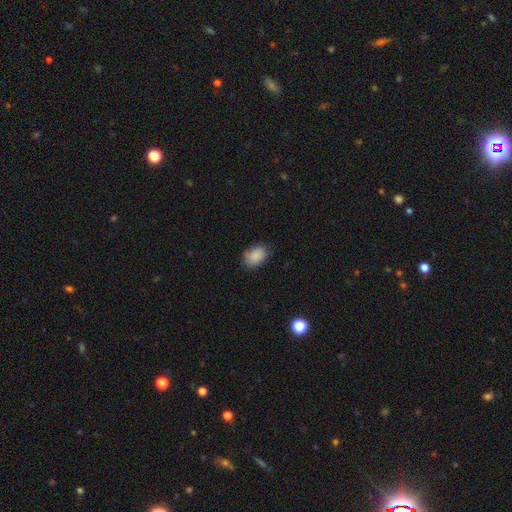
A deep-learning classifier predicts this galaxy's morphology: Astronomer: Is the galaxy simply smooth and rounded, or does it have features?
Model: smooth — 88%.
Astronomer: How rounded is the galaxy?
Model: in between — 80%.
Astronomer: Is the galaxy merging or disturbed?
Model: none — 77%.